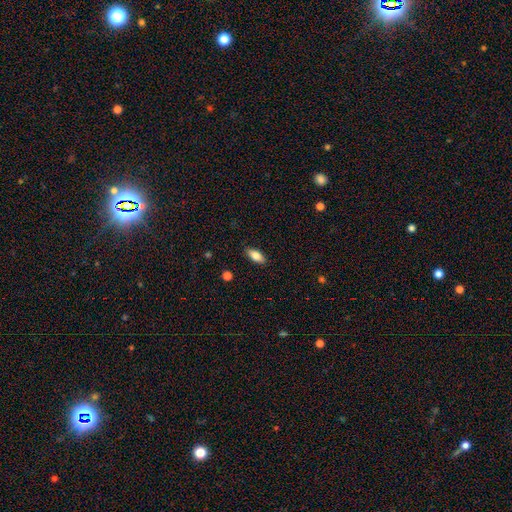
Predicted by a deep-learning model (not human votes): smooth-or-featured: smooth: 79% | featured or disk: 14% | star or artifact: 7%
  how-rounded: in between: 82% | cigar-shaped: 16% | round: 3%
  merging: none: 88% | minor disturbance: 9% | major disturbance: 2% | merger: 1%